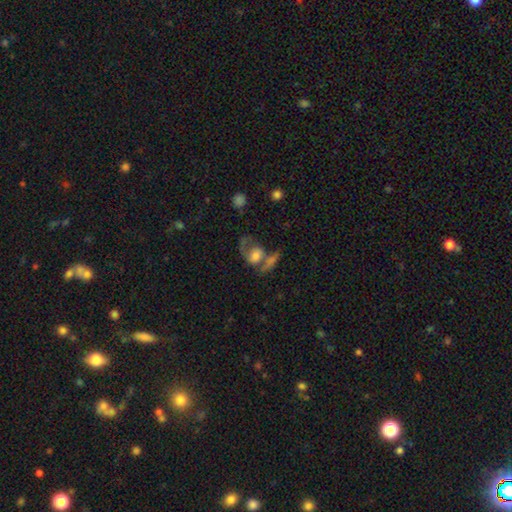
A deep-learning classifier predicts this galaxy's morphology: featured or disk 50%, smooth 40%, star or artifact 10%. Down the decision tree: edge-on disk — no (94%); merging — merger (37%).